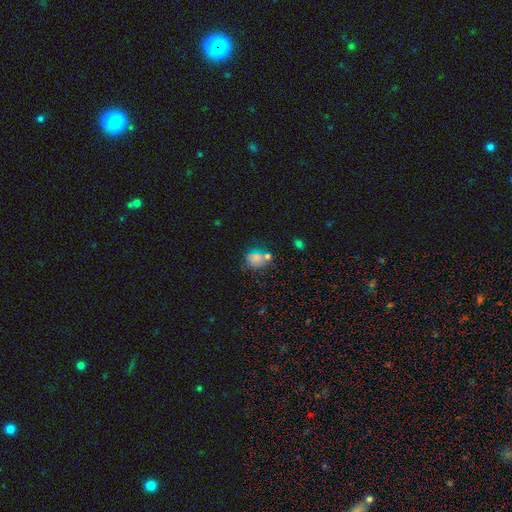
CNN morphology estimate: Smooth or featured? smooth (66%)
How rounded? round (54%)
Merging? none (53%)